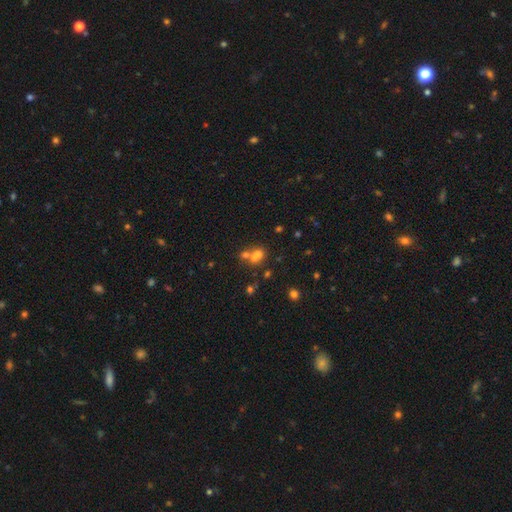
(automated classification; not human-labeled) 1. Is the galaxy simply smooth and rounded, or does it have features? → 62% smooth, 20% star or artifact, 18% featured or disk.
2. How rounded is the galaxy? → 53% round, 45% in between, 2% cigar-shaped.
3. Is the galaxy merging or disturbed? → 57% merger, 32% none, 7% minor disturbance, 4% major disturbance.